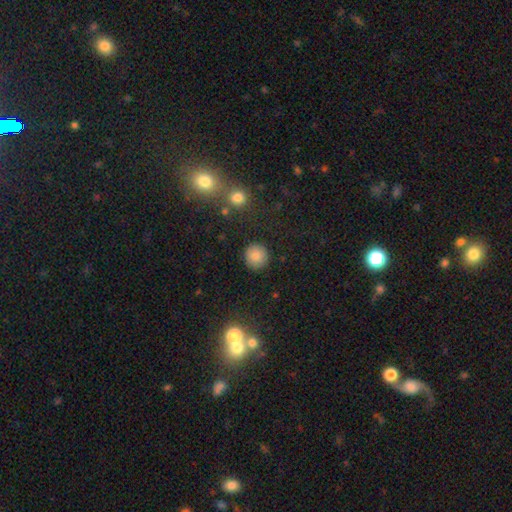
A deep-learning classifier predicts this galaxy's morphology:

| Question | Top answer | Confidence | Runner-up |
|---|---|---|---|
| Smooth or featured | smooth | 82% | star or artifact (11%) |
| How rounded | round | 94% | in between (5%) |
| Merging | none | 90% | minor disturbance (6%) |